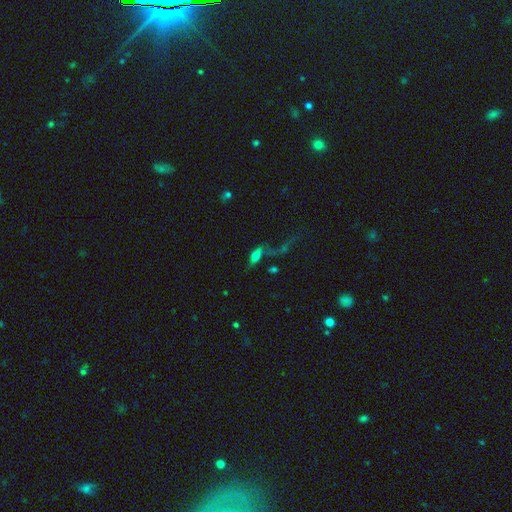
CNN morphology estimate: type=smooth (58%); roundness=in between (75%); merging=none (34%).